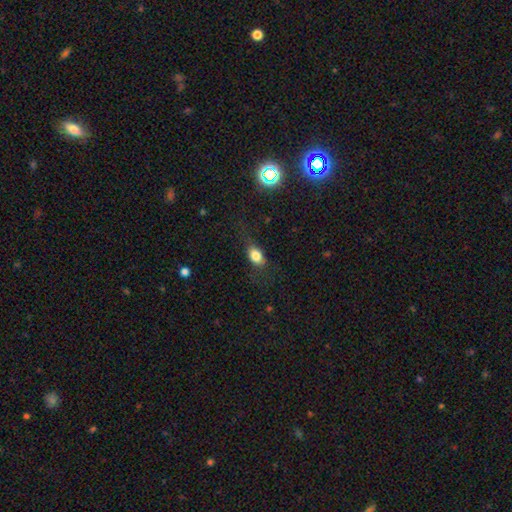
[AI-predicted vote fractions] The model was most divided on "merging": none: 67%, minor disturbance: 21%, major disturbance: 11%, merger: 2%. More confident: smooth or featured — smooth (78%); how rounded — in between (78%).